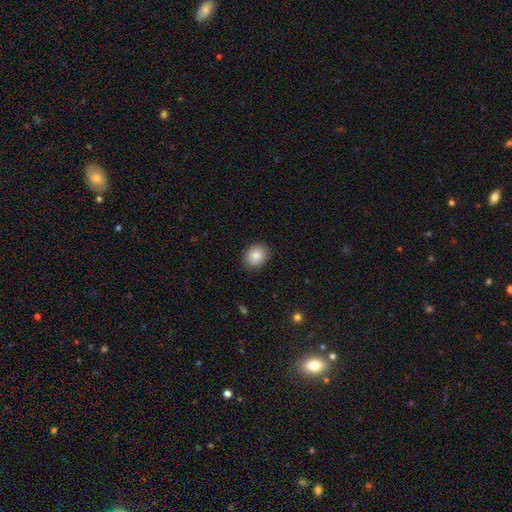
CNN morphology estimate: This appears to be a smooth galaxy with no disk features (87%) that is in between round and cigar-shaped (50%). Merging: none (88%).